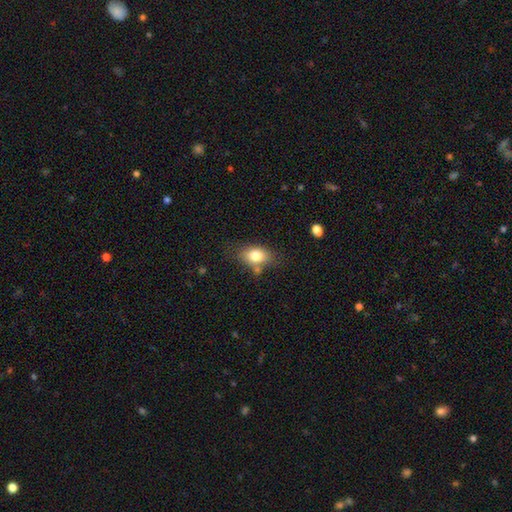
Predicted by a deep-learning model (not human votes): The model was most divided on "merging": none: 68%, minor disturbance: 19%, merger: 8%, major disturbance: 5%. More confident: how rounded — in between (81%); smooth or featured — smooth (79%).